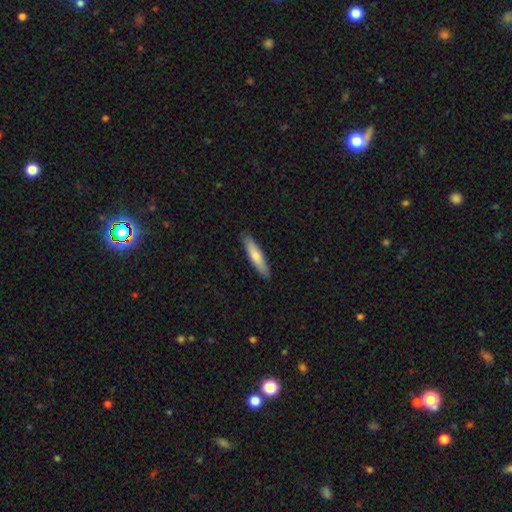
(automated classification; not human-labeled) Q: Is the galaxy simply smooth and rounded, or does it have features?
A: smooth — 74%.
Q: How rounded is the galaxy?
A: cigar-shaped — 82%.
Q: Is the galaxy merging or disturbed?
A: none — 89%.